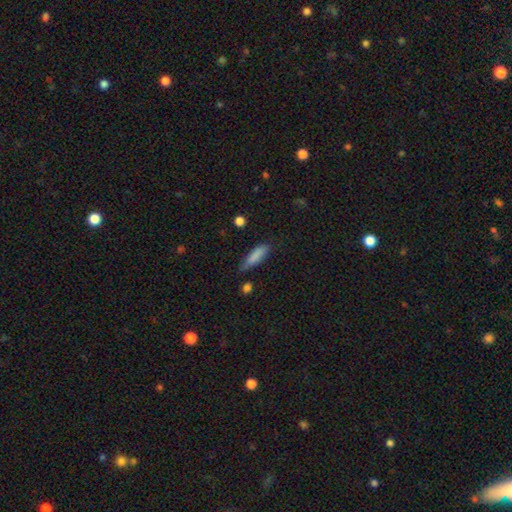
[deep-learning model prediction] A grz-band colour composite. It shows a smooth galaxy with no disk features (83%) that is cigar-shaped (61%). Merging: none (64%).